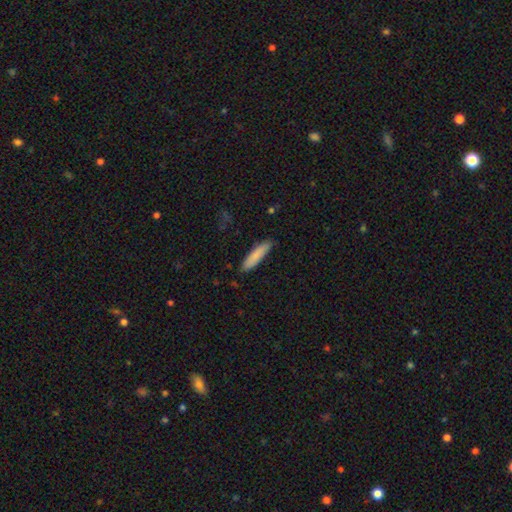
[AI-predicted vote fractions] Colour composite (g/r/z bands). It shows a smooth galaxy with no disk features (85%) that is cigar-shaped (79%). Merging: none (85%).